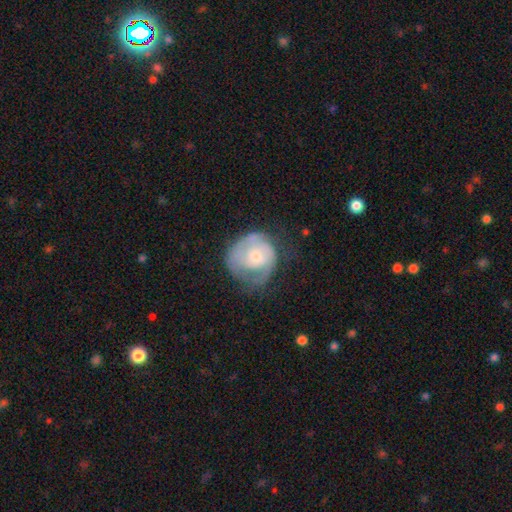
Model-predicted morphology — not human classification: A featured or disk galaxy (62%) with no bar (78%), spiral arms (75%) and a small central bulge (53%). Merging: none (45%).